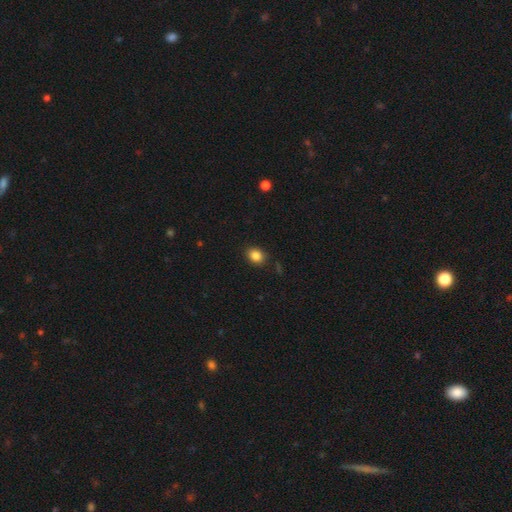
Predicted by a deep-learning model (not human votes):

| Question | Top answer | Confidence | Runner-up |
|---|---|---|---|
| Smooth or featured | smooth | 86% | star or artifact (10%) |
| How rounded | round | 53% | in between (46%) |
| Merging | none | 86% | minor disturbance (10%) |